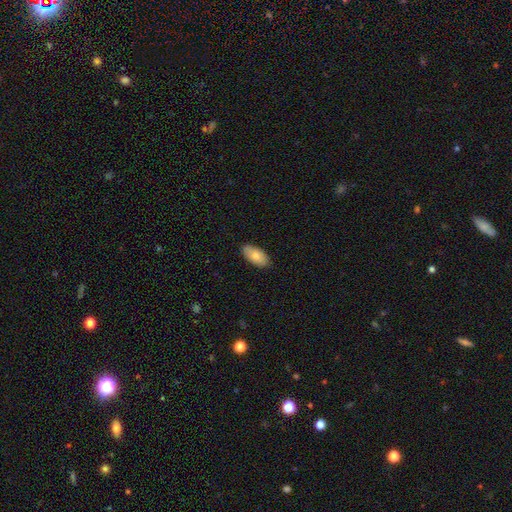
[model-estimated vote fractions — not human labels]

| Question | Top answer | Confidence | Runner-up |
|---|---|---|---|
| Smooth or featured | smooth | 79% | featured or disk (14%) |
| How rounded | in between | 94% | cigar-shaped (4%) |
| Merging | none | 87% | minor disturbance (11%) |